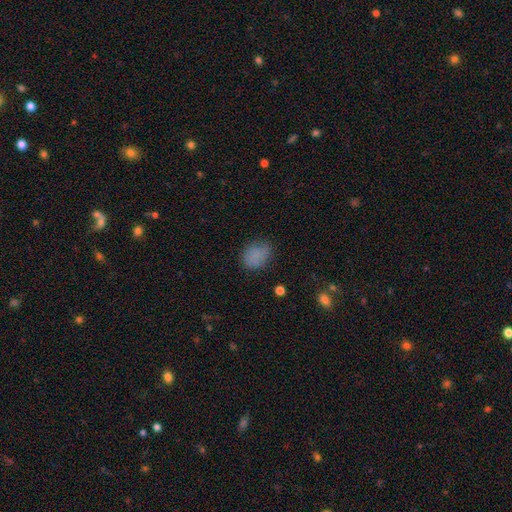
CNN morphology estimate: smooth-or-featured: smooth: 83% | star or artifact: 11% | featured or disk: 6%
  how-rounded: in between: 52% | round: 47% | cigar-shaped: 1%
  merging: none: 69% | minor disturbance: 23% | major disturbance: 6% | merger: 1%